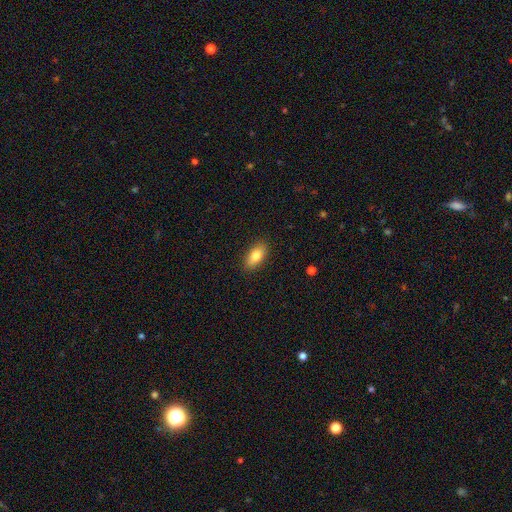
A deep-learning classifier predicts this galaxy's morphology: Smooth or featured: smooth — 82% (featured or disk — 11%)
How rounded: in between — 89% (cigar-shaped — 7%)
Merging: none — 85% (minor disturbance — 11%)